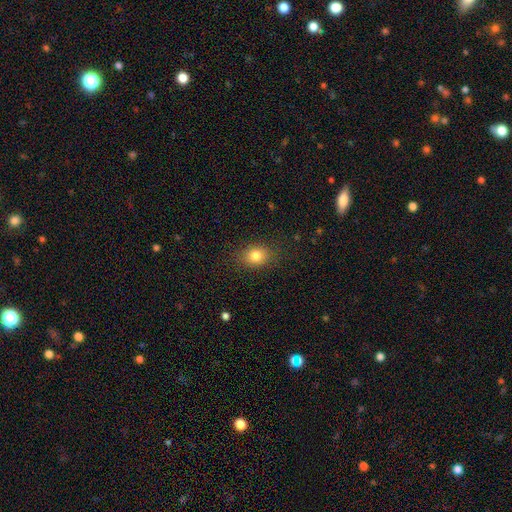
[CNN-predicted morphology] Smooth or featured: smooth — 82% (star or artifact — 11%)
How rounded: in between — 54% (round — 45%)
Merging: none — 85% (minor disturbance — 11%)